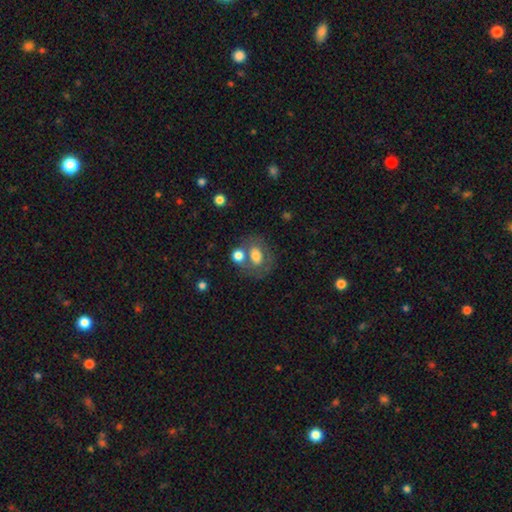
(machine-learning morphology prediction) Q: Smooth or featured?
A: smooth (63%); runner-up: featured or disk (27%)
Q: How rounded?
A: in between (63%); runner-up: round (36%)
Q: Merging?
A: none (45%); runner-up: merger (34%)